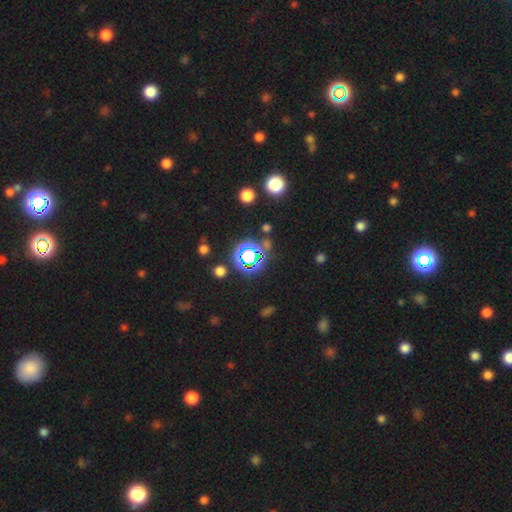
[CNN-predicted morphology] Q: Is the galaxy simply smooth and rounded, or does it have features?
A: star or artifact — 75%.